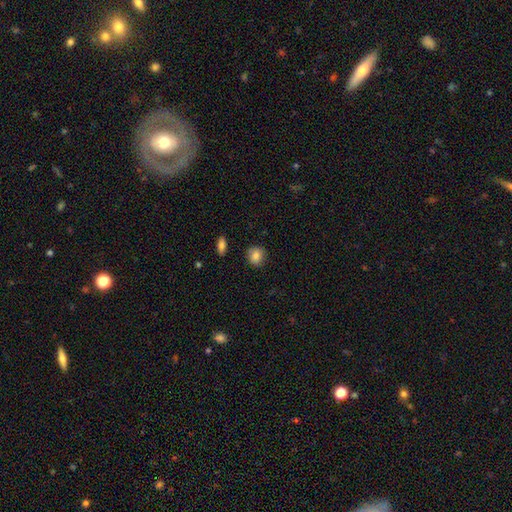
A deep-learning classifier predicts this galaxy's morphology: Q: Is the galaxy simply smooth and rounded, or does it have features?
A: smooth — 84%.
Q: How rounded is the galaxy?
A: round — 83%.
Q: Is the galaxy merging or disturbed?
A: none — 87%.